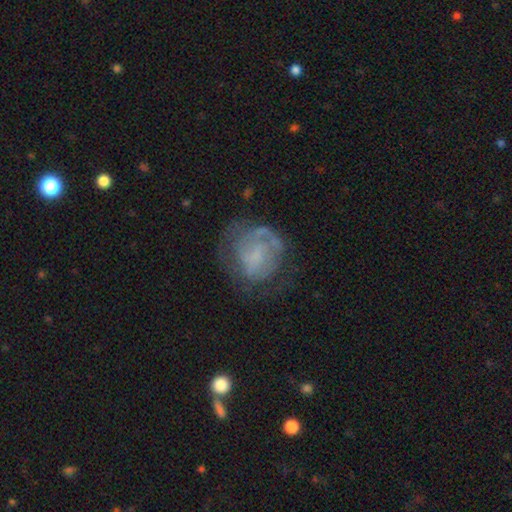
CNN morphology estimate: Smooth or featured? featured or disk (58%)
Edge-on disk? no (98%)
Bar? no (66%)
Spiral arms? yes (62%)
Bulge size? none (50%)
Merging? none (53%)